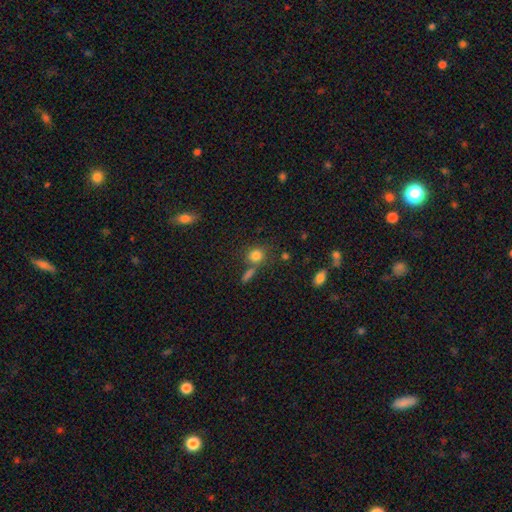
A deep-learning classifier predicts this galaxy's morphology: Smooth or featured: smooth — 80% (star or artifact — 12%)
How rounded: round — 79% (in between — 19%)
Merging: none — 65% (merger — 18%)